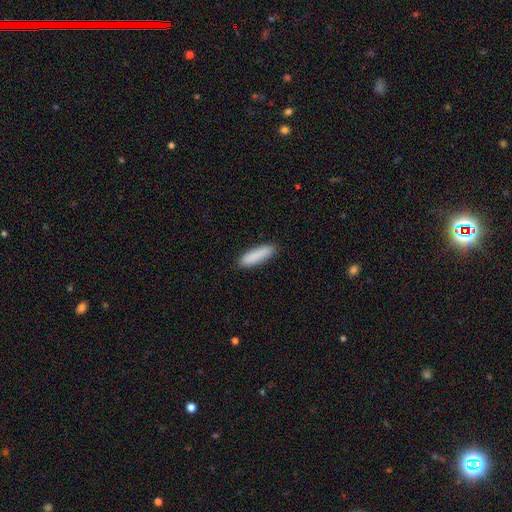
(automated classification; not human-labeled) This is clearly a smooth galaxy (89%). How rounded: likely cigar-shaped (69%). Merging: clearly none (89%).